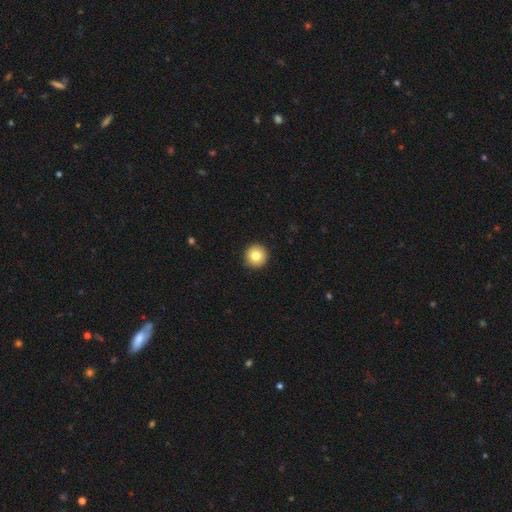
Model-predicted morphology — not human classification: This is clearly a smooth galaxy (81%). How rounded: clearly round (96%). Merging: clearly none (93%).